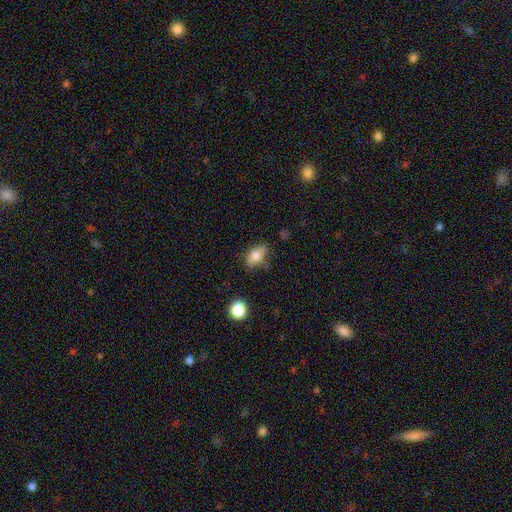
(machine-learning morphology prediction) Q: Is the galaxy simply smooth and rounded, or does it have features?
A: smooth — 72%.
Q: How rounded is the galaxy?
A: in between — 82%.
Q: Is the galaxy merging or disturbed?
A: none — 59%.